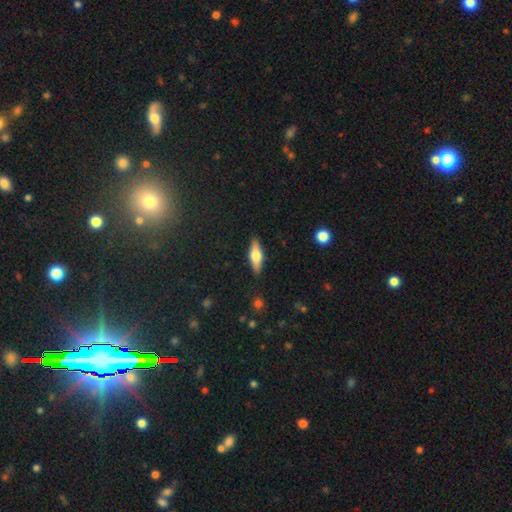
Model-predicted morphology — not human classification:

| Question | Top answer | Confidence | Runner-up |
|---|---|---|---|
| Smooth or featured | smooth | 47% | featured or disk (46%) |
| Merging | none | 88% | minor disturbance (9%) |